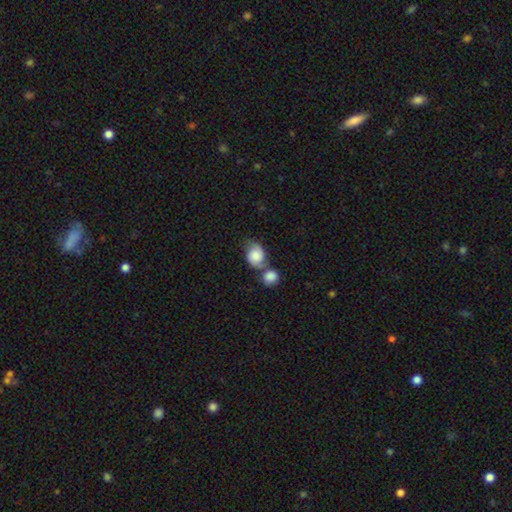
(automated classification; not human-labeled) A smooth galaxy with no disk features (61%) that is round (57%).

Vote fractions:
- Smooth or featured? smooth: 61% / featured or disk: 32% / star or artifact: 7%
- How rounded? round: 57% / in between: 42% / cigar-shaped: 1%
- Merging? merger: 47% / none: 29% / minor disturbance: 15% / major disturbance: 8%